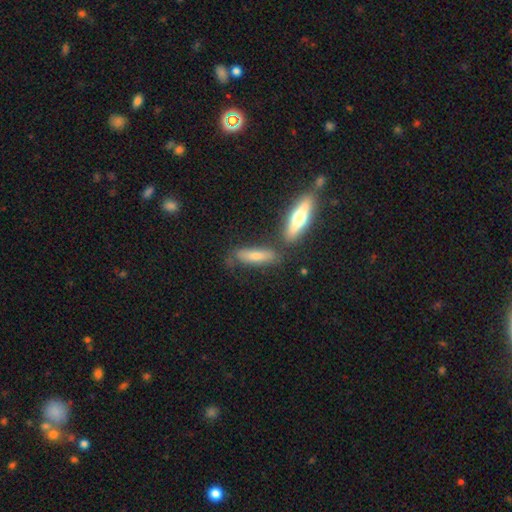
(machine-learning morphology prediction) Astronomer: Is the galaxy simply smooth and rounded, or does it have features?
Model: smooth — 56% (runner-up: featured or disk, 36%).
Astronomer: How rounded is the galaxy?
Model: cigar-shaped — 70%.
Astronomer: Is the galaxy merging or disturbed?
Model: none — 63%.